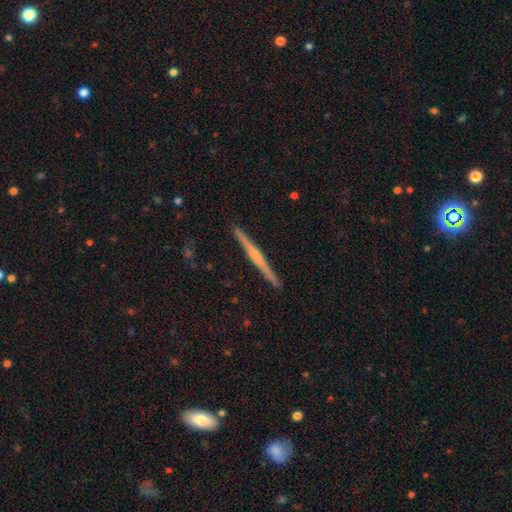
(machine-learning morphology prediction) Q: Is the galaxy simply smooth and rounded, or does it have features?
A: featured or disk — 72%.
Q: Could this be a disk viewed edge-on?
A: yes — 99%.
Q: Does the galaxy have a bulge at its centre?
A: rounded — 53%.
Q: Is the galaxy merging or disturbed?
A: none — 92%.